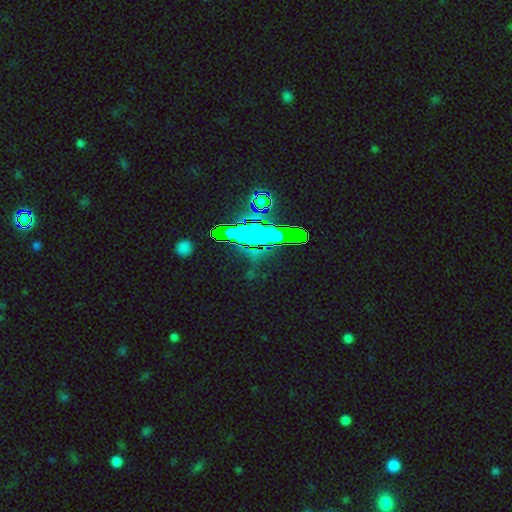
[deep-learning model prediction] This is likely a star or artifact rather than a galaxy (66%).